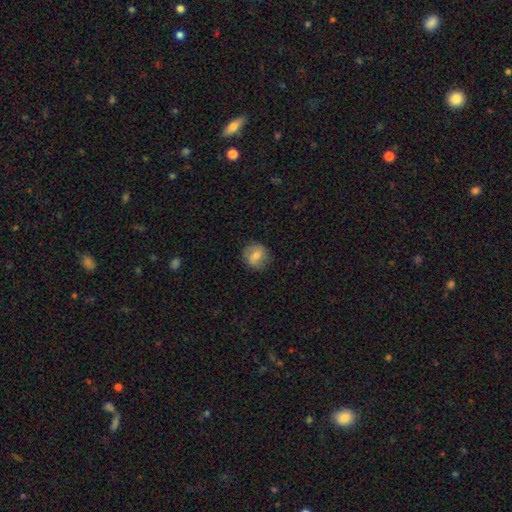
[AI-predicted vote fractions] Q: Smooth or featured?
A: smooth (72%); runner-up: featured or disk (20%)
Q: How rounded?
A: round (86%); runner-up: in between (13%)
Q: Merging?
A: none (82%); runner-up: minor disturbance (14%)